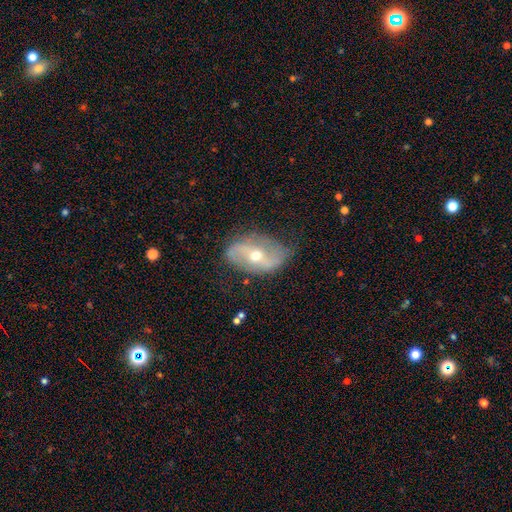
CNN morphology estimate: smooth_or_featured: featured or disk (p=0.74) [alt: smooth p=0.20]
disk_edge_on: no (p=0.93) [alt: yes p=0.07]
bar: strong (p=0.36) [alt: weak p=0.35]
has_spiral_arms: yes (p=0.76) [alt: no p=0.24]
spiral_winding: loose (p=0.64) [alt: medium p=0.25]
spiral_arm_count: 2 (p=0.86) [alt: can't tell p=0.08]
bulge_size: moderate (p=0.63) [alt: small p=0.32]
merging: none (p=0.67) [alt: minor disturbance p=0.23]